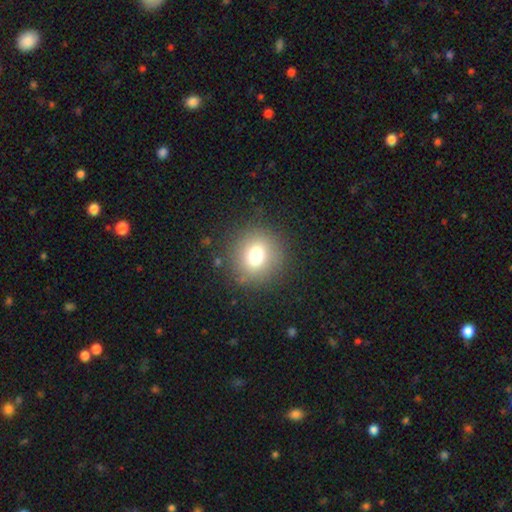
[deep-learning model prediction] A smooth galaxy with no disk features (73%) that is round (89%). Merging: none (87%).